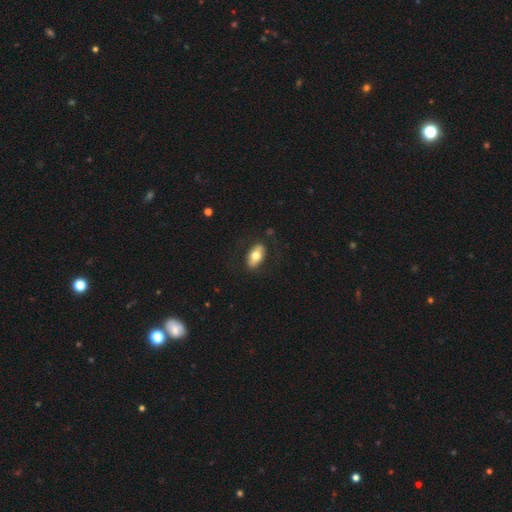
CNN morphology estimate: Q: Smooth or featured?
A: smooth (66%); runner-up: featured or disk (28%)
Q: How rounded?
A: in between (90%); runner-up: cigar-shaped (6%)
Q: Merging?
A: none (83%); runner-up: minor disturbance (11%)